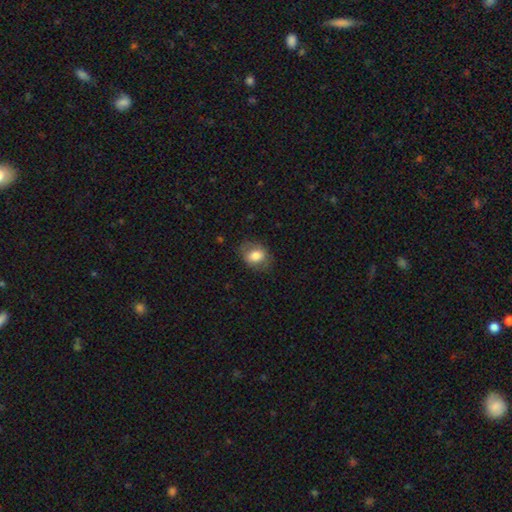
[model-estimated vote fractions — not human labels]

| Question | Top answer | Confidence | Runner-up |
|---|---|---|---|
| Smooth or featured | smooth | 74% | featured or disk (18%) |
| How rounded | in between | 63% | round (36%) |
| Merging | none | 72% | minor disturbance (19%) |